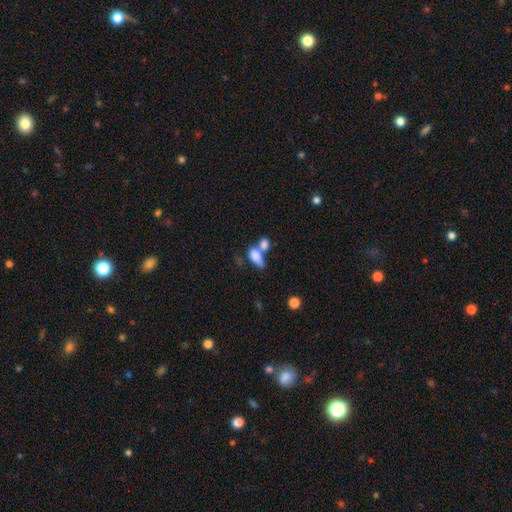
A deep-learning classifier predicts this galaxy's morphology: The model was most divided on "merging": merger: 57%, none: 24%, minor disturbance: 11%, major disturbance: 9%. More confident: how rounded — in between (81%); smooth or featured — smooth (78%).